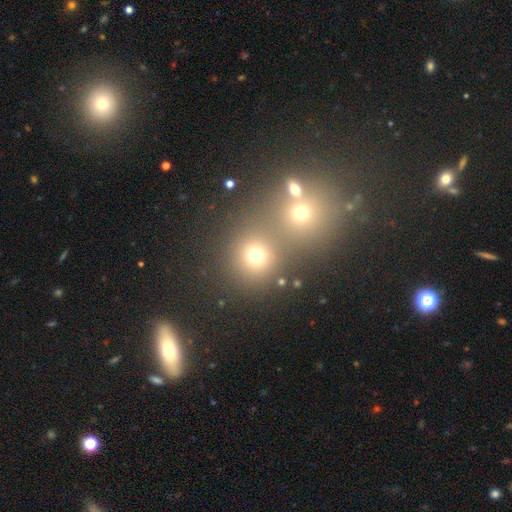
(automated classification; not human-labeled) Q: Smooth or featured?
A: smooth (72%); runner-up: star or artifact (19%)
Q: How rounded?
A: round (87%); runner-up: in between (11%)
Q: Merging?
A: none (52%); runner-up: merger (38%)